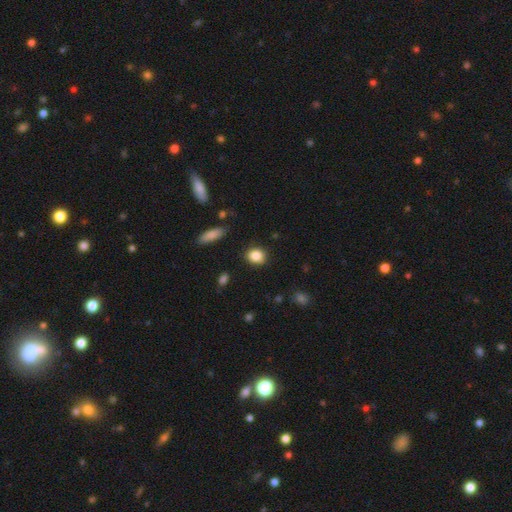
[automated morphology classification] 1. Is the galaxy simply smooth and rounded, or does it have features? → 86% smooth, 9% star or artifact, 5% featured or disk.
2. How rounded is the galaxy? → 62% round, 36% in between, 1% cigar-shaped.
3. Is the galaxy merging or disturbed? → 86% none, 10% minor disturbance, 2% major disturbance, 1% merger.